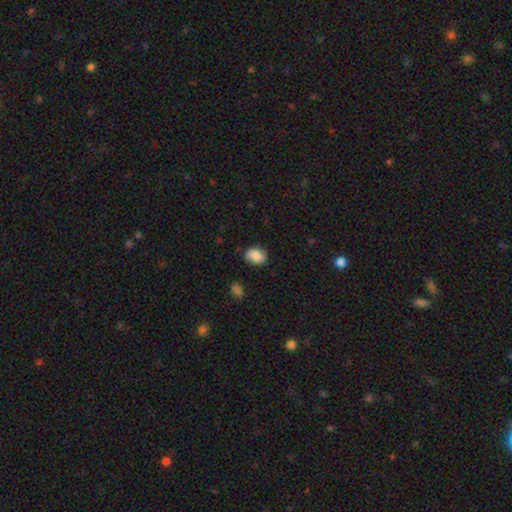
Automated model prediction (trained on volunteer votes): This is likely a smooth galaxy (79%). How rounded: likely in between (70%). Merging: likely none (75%).